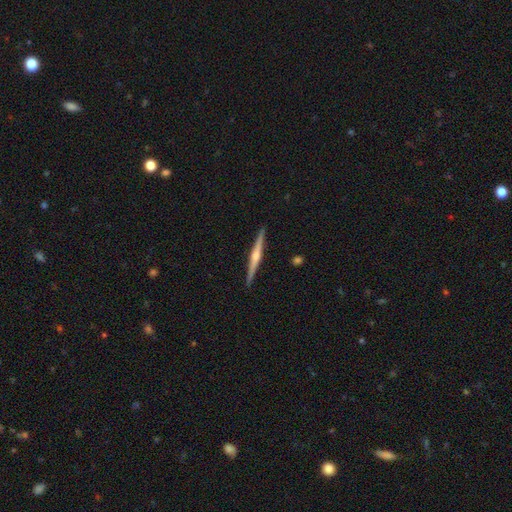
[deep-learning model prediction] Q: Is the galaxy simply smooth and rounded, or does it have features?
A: featured or disk — 77%.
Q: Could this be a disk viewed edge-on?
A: yes — 99%.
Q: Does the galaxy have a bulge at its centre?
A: rounded — 83%.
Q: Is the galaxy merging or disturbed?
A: none — 92%.